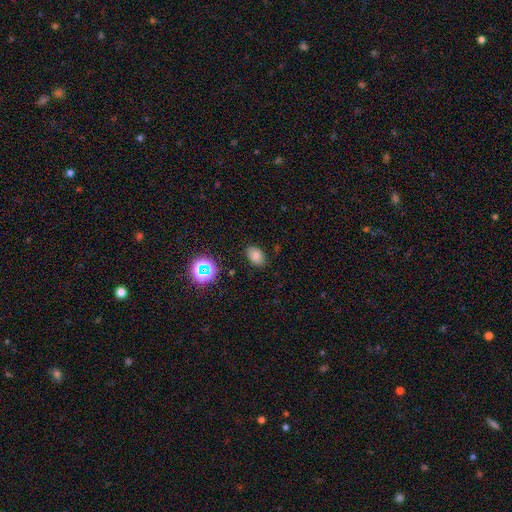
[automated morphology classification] Smooth or featured?
  - smooth: 75% *
  - star or artifact: 16%
  - featured or disk: 9%
How rounded?
  - in between: 81% *
  - round: 18%
  - cigar-shaped: 1%
Merging?
  - none: 83% *
  - minor disturbance: 12%
  - major disturbance: 3%
  - merger: 2%